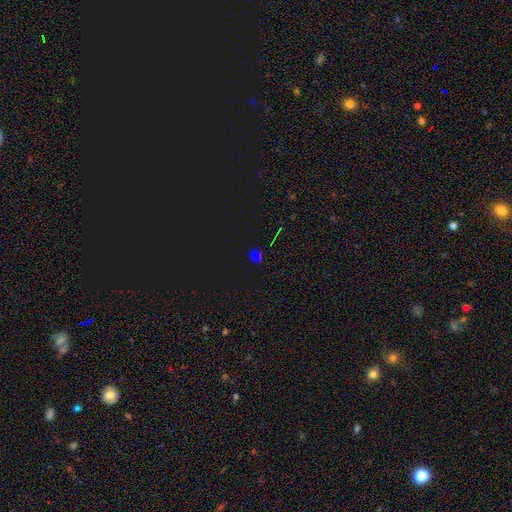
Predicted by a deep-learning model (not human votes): smooth-or-featured: star or artifact: 64% | smooth: 29% | featured or disk: 7%